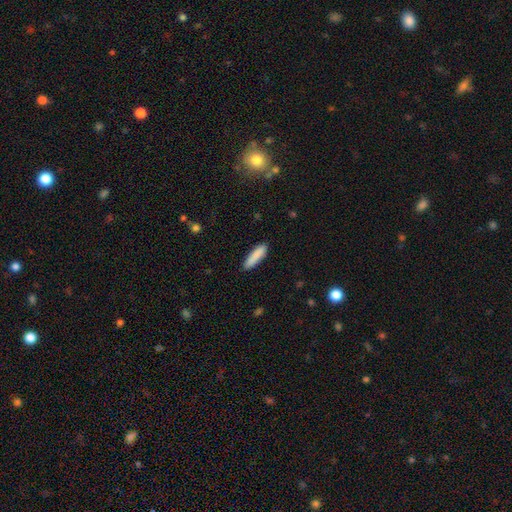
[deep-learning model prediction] Smooth or featured? smooth (88%)
How rounded? cigar-shaped (71%)
Merging? none (88%)